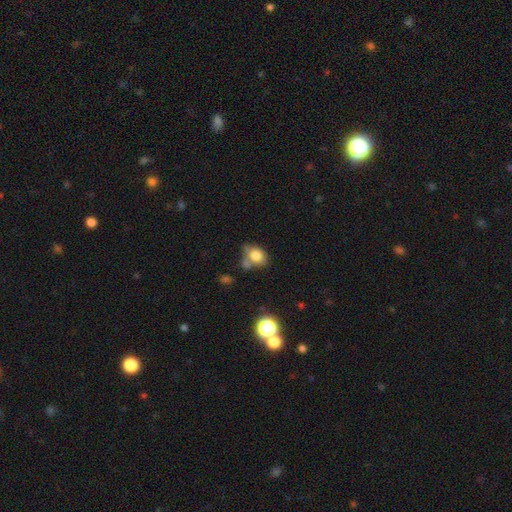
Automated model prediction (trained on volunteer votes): This is likely a smooth galaxy (78%). How rounded: likely in between (66%). Merging: possibly none (48%).